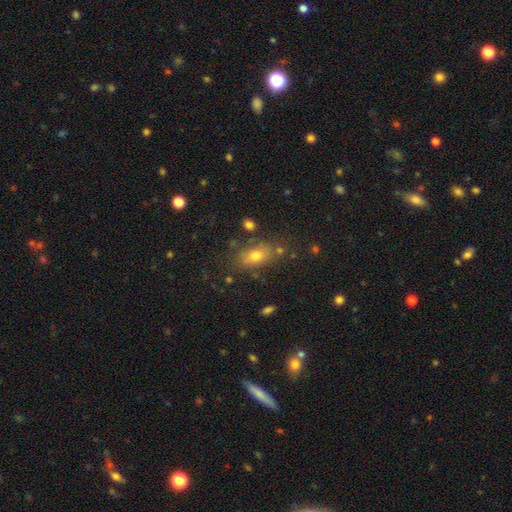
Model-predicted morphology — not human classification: This is likely a smooth galaxy (70%). How rounded: likely in between (78%). Merging: likely none (74%).